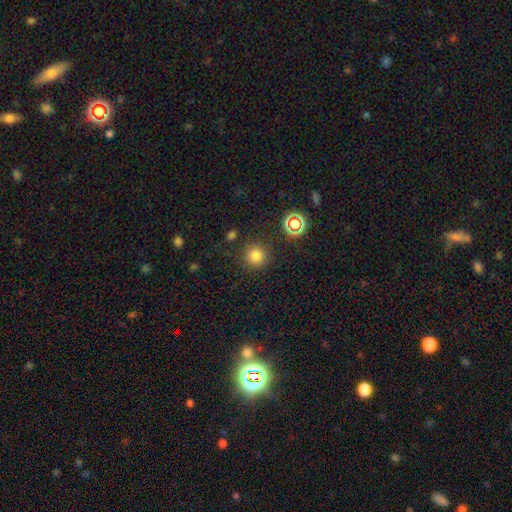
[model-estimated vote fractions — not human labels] Overall: smooth (79%). How rounded: round (95%). Merging: none (86%).